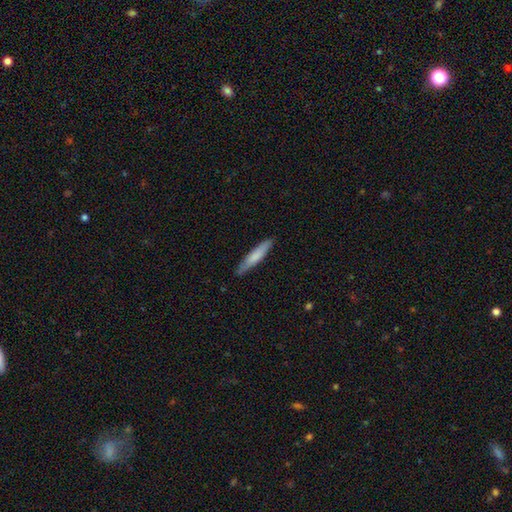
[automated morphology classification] Smooth or featured?
  - smooth: 73% *
  - featured or disk: 22%
  - star or artifact: 5%
How rounded?
  - cigar-shaped: 90% *
  - in between: 9%
  - round: 1%
Merging?
  - none: 87% *
  - minor disturbance: 10%
  - major disturbance: 2%
  - merger: 1%